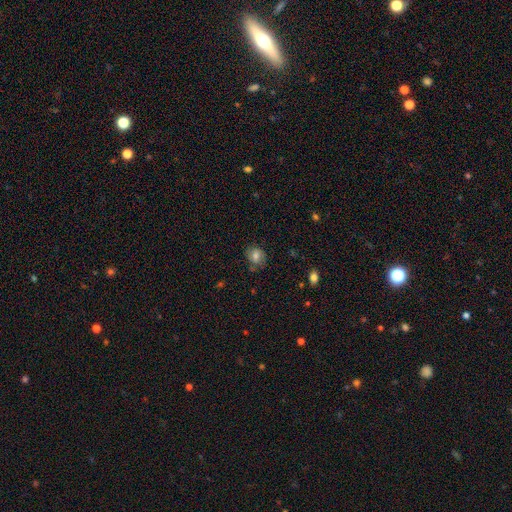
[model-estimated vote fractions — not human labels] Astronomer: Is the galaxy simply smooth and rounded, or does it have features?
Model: smooth — 64%.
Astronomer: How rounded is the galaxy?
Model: round — 57% (runner-up: in between, 42%).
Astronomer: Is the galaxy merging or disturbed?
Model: none — 67%.